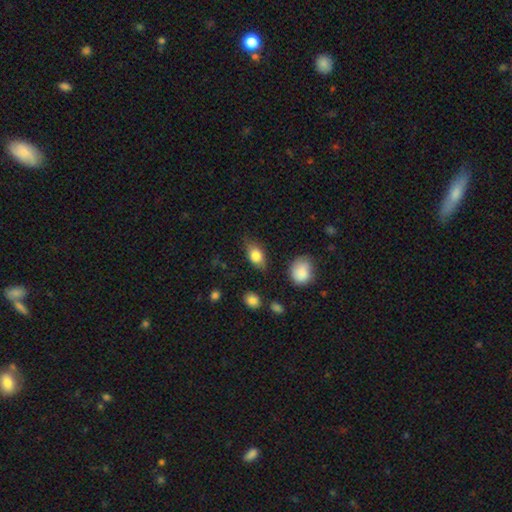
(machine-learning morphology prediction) Smooth or featured? Predicted: smooth (p=0.80). How rounded? Predicted: in between (p=0.83). Merging? Predicted: none (p=0.70).